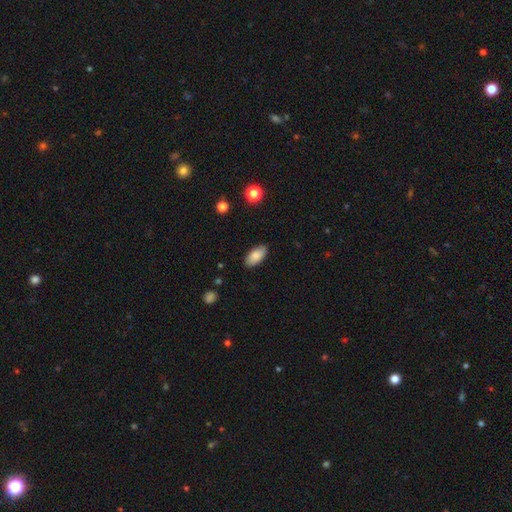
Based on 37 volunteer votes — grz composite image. It shows a smooth galaxy with no disk features (95%) that is in between round and cigar-shaped (89%). Merging: none (75%).